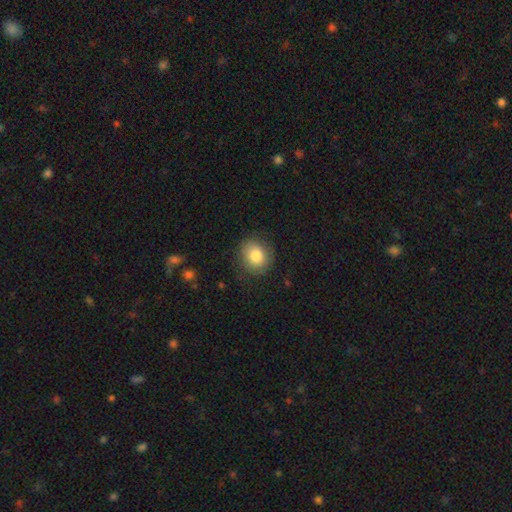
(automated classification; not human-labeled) A smooth galaxy with no disk features (81%) that is round (70%).

Vote fractions:
- Smooth or featured? smooth: 81% / featured or disk: 11% / star or artifact: 8%
- How rounded? round: 70% / in between: 29% / cigar-shaped: 1%
- Merging? none: 81% / minor disturbance: 14% / major disturbance: 4% / merger: 1%